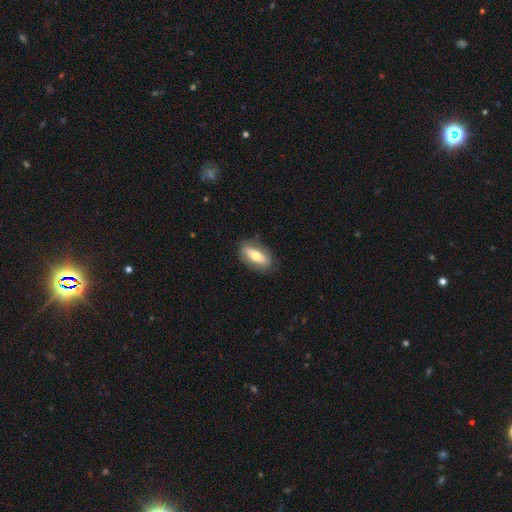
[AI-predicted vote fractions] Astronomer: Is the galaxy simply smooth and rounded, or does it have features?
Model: smooth — 56% (runner-up: featured or disk, 37%).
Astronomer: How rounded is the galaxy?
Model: in between — 86%.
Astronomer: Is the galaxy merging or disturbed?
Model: none — 81%.